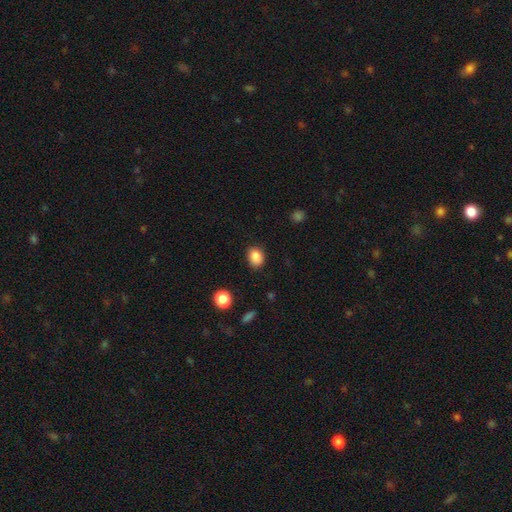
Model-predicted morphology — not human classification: smooth 87%, star or artifact 10%, featured or disk 4%. Down the decision tree: how rounded — in between (53%); merging — none (82%).